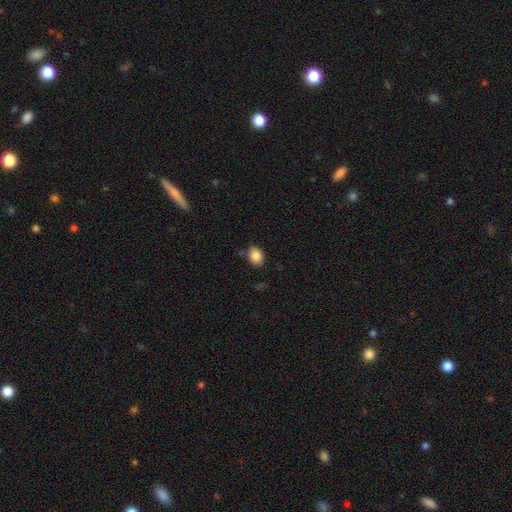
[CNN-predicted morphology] Smooth or featured? Predicted: smooth (p=0.86). How rounded? Predicted: in between (p=0.71). Merging? Predicted: none (p=0.79).